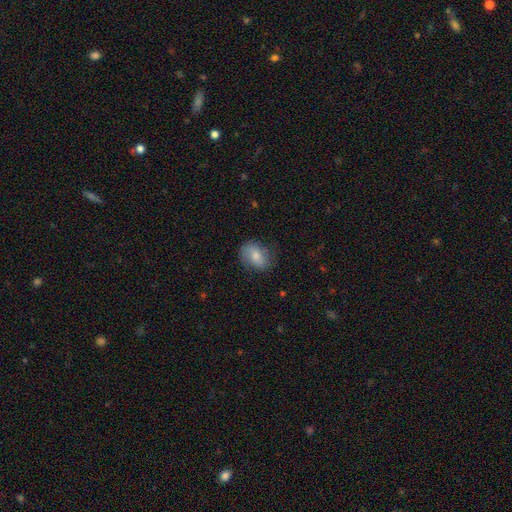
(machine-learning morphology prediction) Smooth or featured: smooth — 67% (featured or disk — 25%)
How rounded: in between — 73% (round — 25%)
Merging: none — 73% (minor disturbance — 20%)